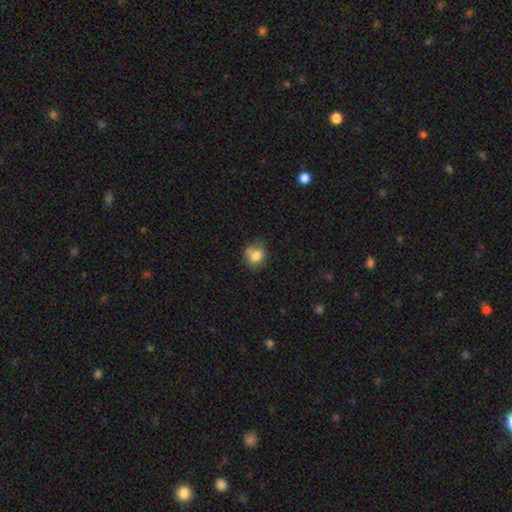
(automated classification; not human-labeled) A smooth galaxy with no disk features (79%) that is round (66%).

Vote fractions:
- Smooth or featured? smooth: 79% / featured or disk: 11% / star or artifact: 10%
- How rounded? round: 66% / in between: 33% / cigar-shaped: 1%
- Merging? none: 56% / minor disturbance: 25% / merger: 12% / major disturbance: 7%